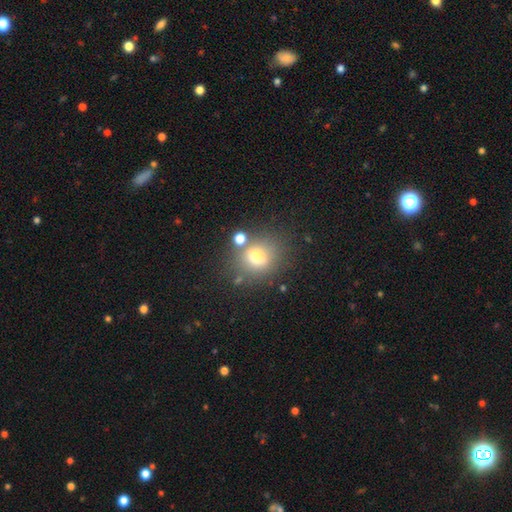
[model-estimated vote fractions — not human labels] This is likely a smooth galaxy (70%). How rounded: likely round (67%). Merging: likely none (70%).